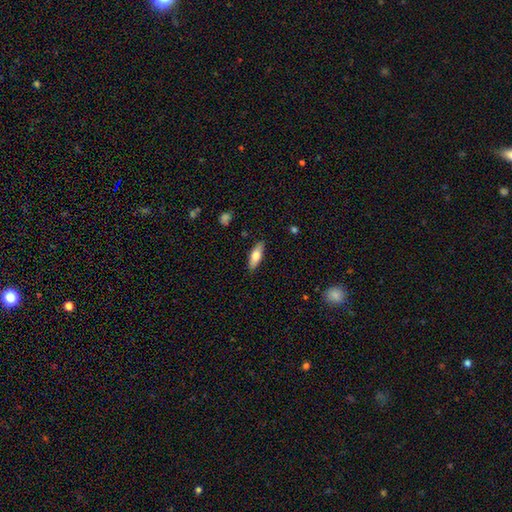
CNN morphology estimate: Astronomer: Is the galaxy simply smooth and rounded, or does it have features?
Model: smooth — 68%.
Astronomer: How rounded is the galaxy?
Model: in between — 63%.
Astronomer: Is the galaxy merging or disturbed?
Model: none — 87%.